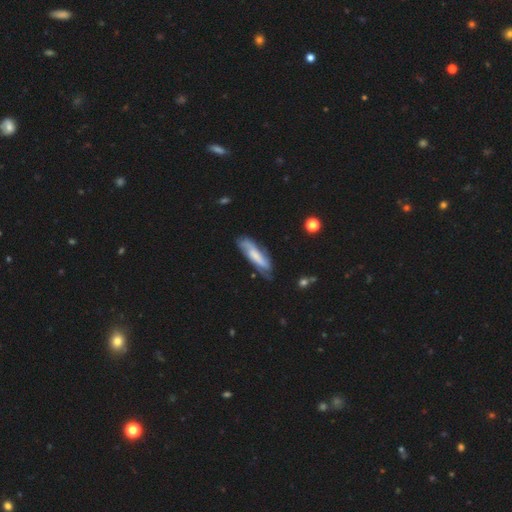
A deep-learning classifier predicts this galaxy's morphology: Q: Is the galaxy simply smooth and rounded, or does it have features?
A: featured or disk — 53%.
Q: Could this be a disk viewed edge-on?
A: no — 70%.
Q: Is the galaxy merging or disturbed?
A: none — 65%.